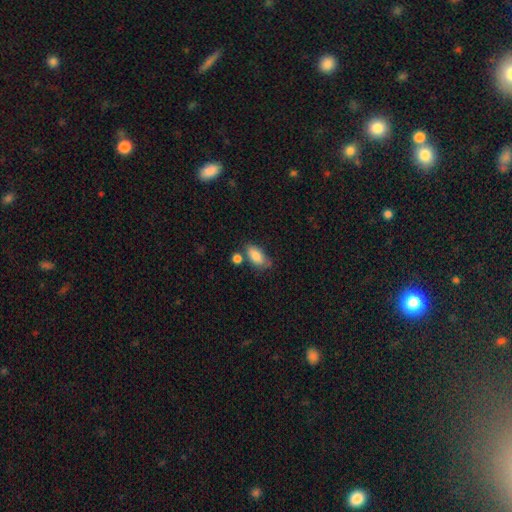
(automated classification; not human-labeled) This appears to be a smooth galaxy with no disk features (84%) that is in between round and cigar-shaped (89%). Merging: none (57%).